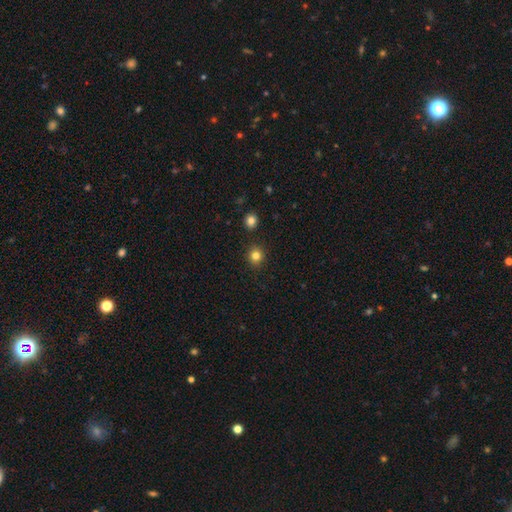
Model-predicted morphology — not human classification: This is clearly a smooth galaxy (82%). How rounded: clearly round (89%). Merging: clearly none (90%).